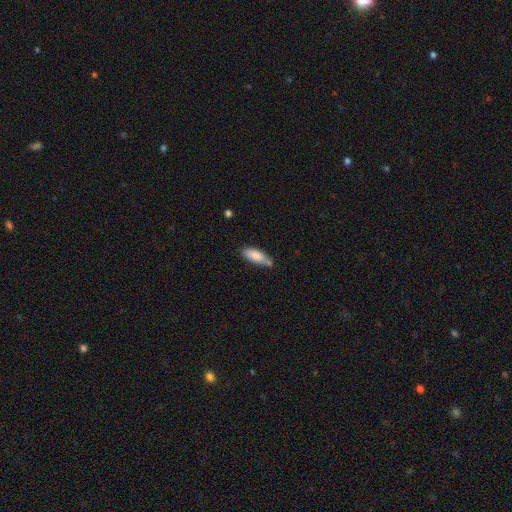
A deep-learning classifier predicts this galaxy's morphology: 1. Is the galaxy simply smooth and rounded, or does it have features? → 83% smooth, 11% featured or disk, 6% star or artifact.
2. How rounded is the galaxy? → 69% in between, 29% cigar-shaped, 2% round.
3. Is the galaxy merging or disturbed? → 64% none, 24% minor disturbance, 7% merger, 4% major disturbance.